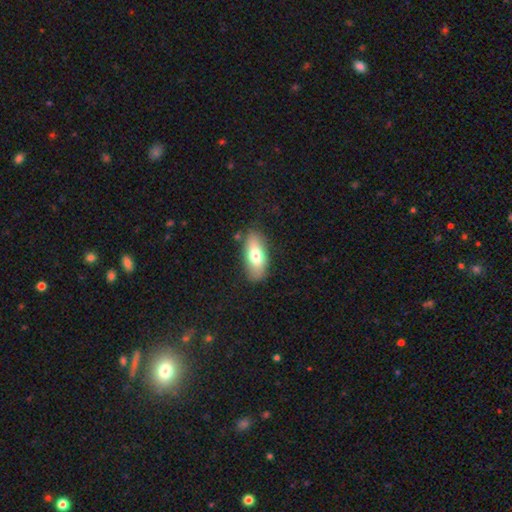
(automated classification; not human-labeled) This appears to be a smooth galaxy with no disk features (68%) that is in between round and cigar-shaped (82%). Merging: none (82%).